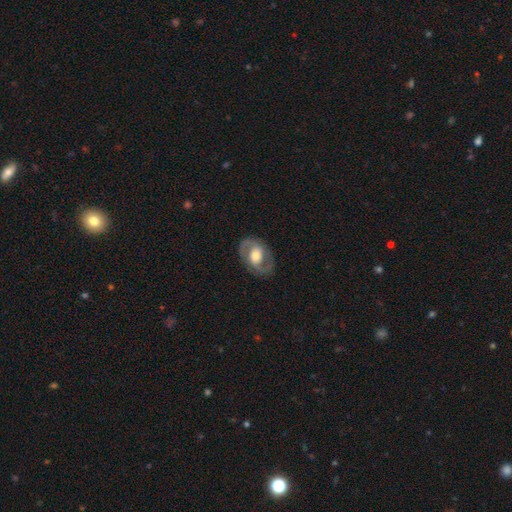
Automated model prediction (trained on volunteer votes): Morphology: type=featured or disk (73%); edge-on=no (96%); bar=no (52%); spiral arms=yes (77%); winding=medium (51%); arm count=2 (88%); bulge=moderate (59%); merging=none (81%).